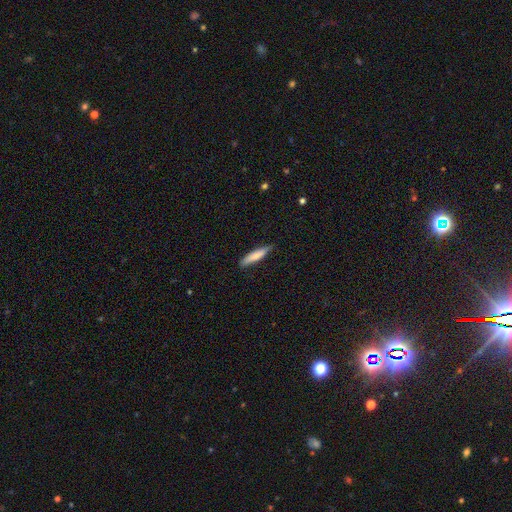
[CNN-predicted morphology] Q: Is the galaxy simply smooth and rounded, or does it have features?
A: smooth — 76%.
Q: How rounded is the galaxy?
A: cigar-shaped — 84%.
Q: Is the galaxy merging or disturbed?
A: none — 83%.